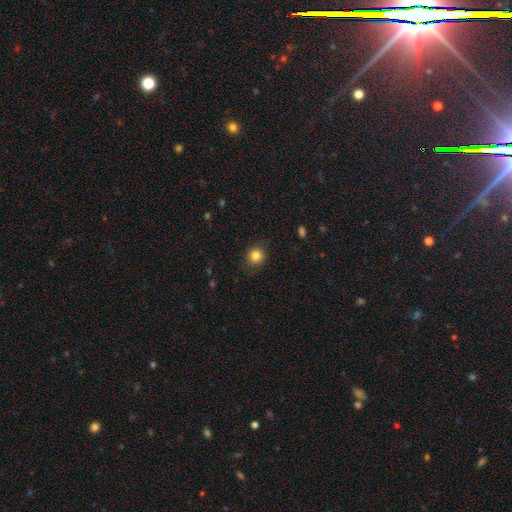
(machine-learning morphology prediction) Q: Smooth or featured?
A: smooth (83%); runner-up: star or artifact (11%)
Q: How rounded?
A: round (91%); runner-up: in between (8%)
Q: Merging?
A: none (87%); runner-up: minor disturbance (9%)